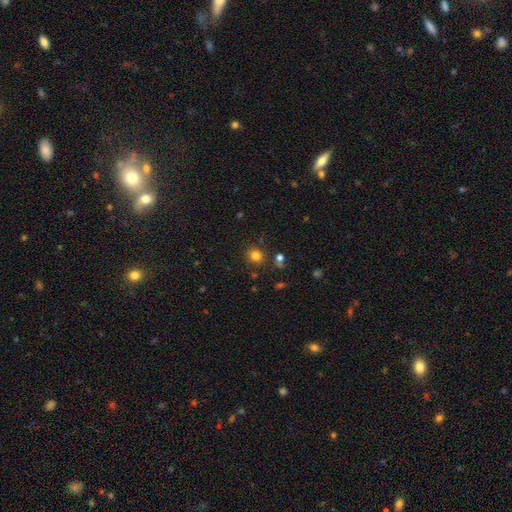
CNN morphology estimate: Smooth or featured: smooth — 79% (star or artifact — 16%)
How rounded: round — 85% (in between — 14%)
Merging: none — 84% (minor disturbance — 8%)